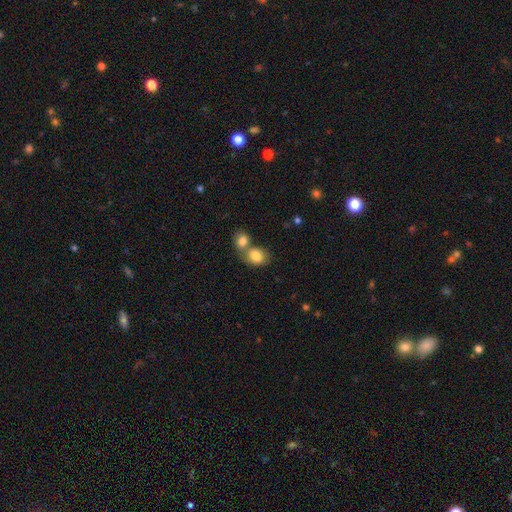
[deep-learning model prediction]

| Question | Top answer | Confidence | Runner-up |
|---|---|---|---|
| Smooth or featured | smooth | 82% | featured or disk (10%) |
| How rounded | in between | 50% | round (49%) |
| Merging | merger | 57% | none (32%) |